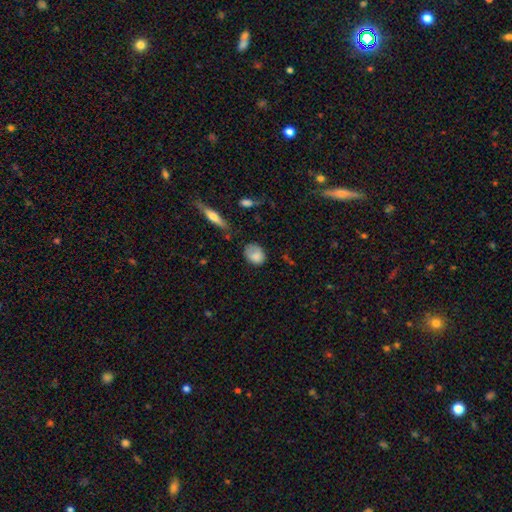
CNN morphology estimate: A smooth galaxy with no disk features (79%) that is in between round and cigar-shaped (56%). Merging: none (53%).